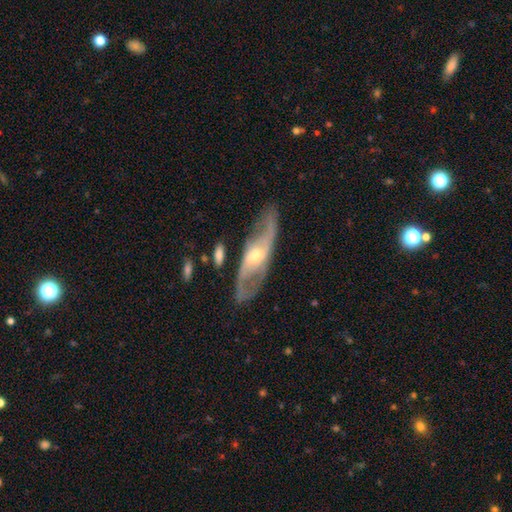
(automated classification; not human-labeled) Smooth or featured? Predicted: featured or disk (p=0.81). Edge-on disk? Predicted: no (p=0.82). Bar? Predicted: no (p=0.49). Spiral arms? Predicted: yes (p=0.85). Spiral winding? Predicted: medium (p=0.42). Spiral arm count? Predicted: 2 (p=0.83). Bulge size? Predicted: small (p=0.50). Merging? Predicted: none (p=0.73).